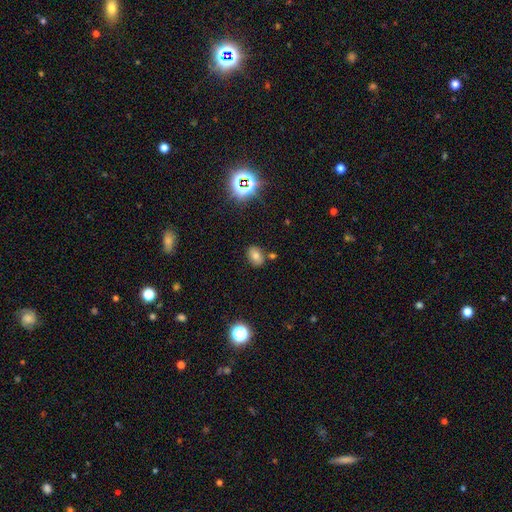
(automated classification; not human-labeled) smooth 68%, star or artifact 19%, featured or disk 13%. Down the decision tree: how rounded — in between (73%); merging — none (78%).